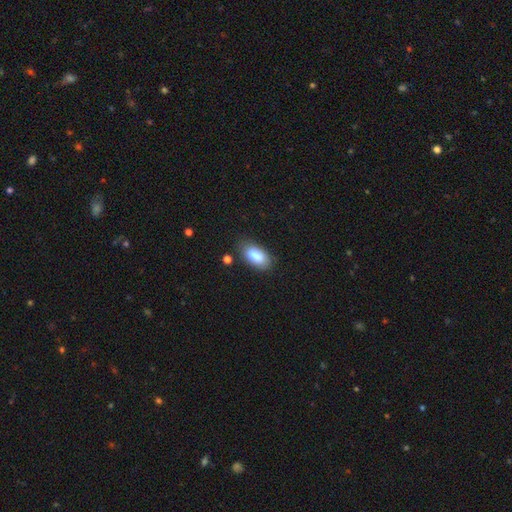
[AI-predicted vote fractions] Smooth or featured?
  - smooth: 86% *
  - featured or disk: 7%
  - star or artifact: 7%
How rounded?
  - in between: 92% *
  - cigar-shaped: 5%
  - round: 3%
Merging?
  - none: 77% *
  - minor disturbance: 16%
  - major disturbance: 4%
  - merger: 3%